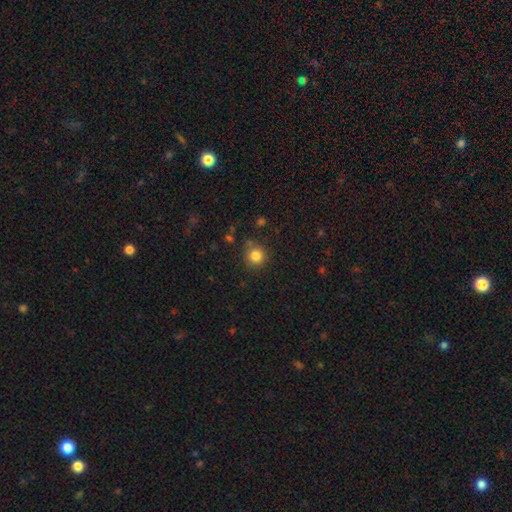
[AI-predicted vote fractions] Smooth or featured: smooth — 82% (star or artifact — 12%)
How rounded: round — 92% (in between — 7%)
Merging: none — 82% (minor disturbance — 12%)